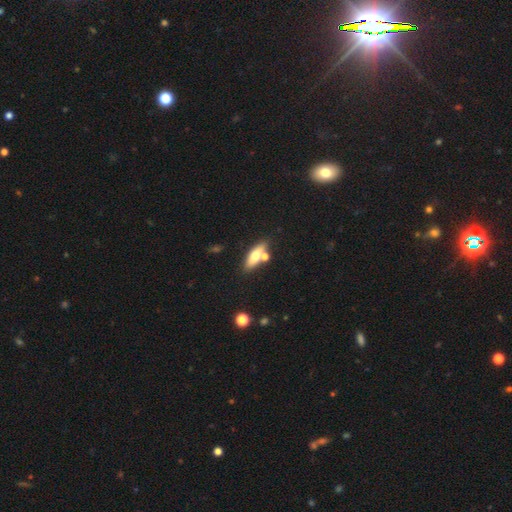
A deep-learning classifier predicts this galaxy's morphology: A smooth galaxy with no disk features (59%) that is in between round and cigar-shaped (54%). Merging: none (67%).